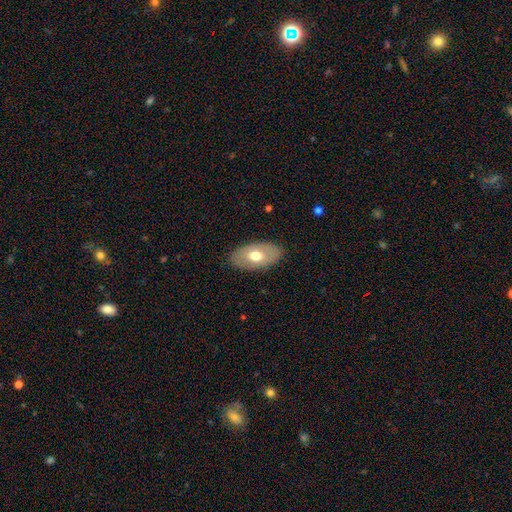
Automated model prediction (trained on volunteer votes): smooth-or-featured: smooth: 62% | featured or disk: 32% | star or artifact: 6%
  how-rounded: in between: 93% | round: 5% | cigar-shaped: 2%
  merging: none: 85% | minor disturbance: 11% | major disturbance: 3% | merger: 1%